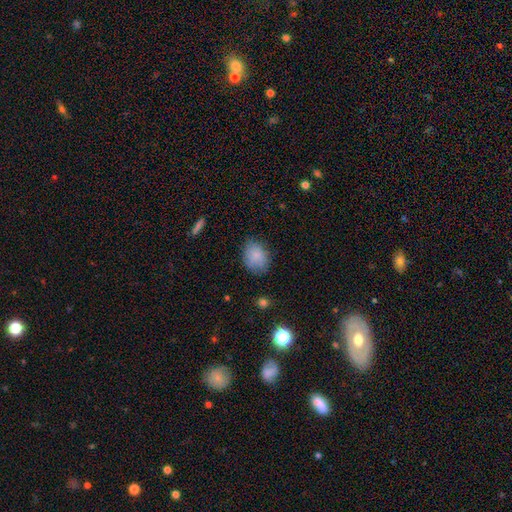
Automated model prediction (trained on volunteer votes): Overall: smooth (81%). How rounded: in between (60%; round 39%). Merging: none (75%).